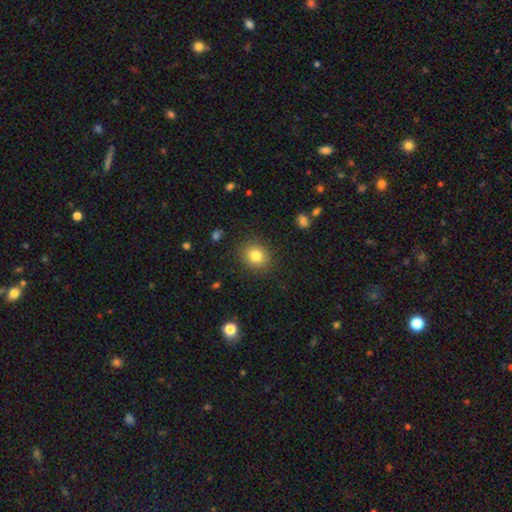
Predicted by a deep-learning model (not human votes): smooth 81%, star or artifact 11%, featured or disk 8%. Down the decision tree: how rounded — round (70%); merging — none (87%).